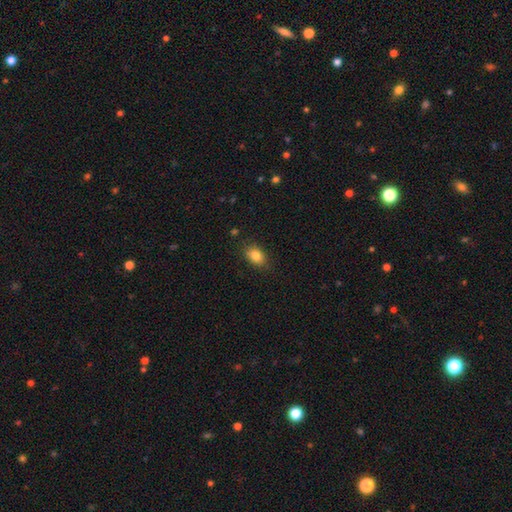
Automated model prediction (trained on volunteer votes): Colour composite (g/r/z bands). It shows a smooth galaxy with no disk features (84%) that is in between round and cigar-shaped (80%). Merging: none (82%).